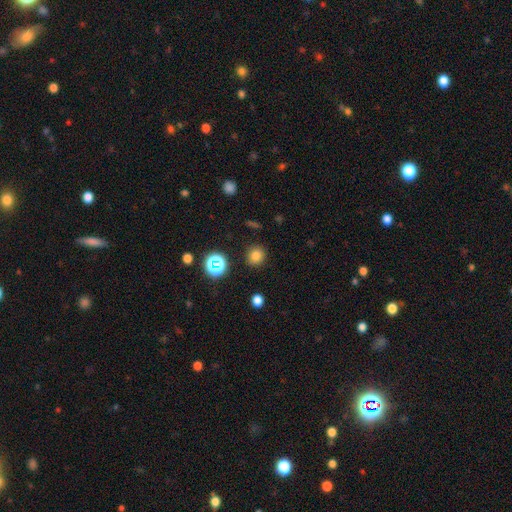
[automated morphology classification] Smooth or featured?
  - smooth: 78% *
  - star or artifact: 17%
  - featured or disk: 5%
How rounded?
  - round: 89% *
  - in between: 10%
  - cigar-shaped: 1%
Merging?
  - none: 89% *
  - minor disturbance: 7%
  - major disturbance: 3%
  - merger: 2%